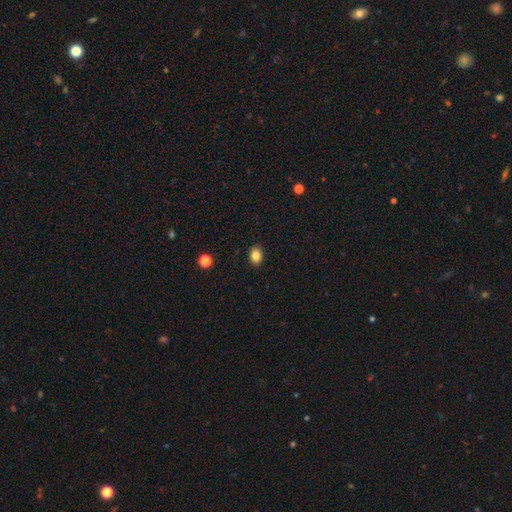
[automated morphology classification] Smooth or featured? Predicted: smooth (p=0.84). How rounded? Predicted: in between (p=0.58). Merging? Predicted: none (p=0.91).